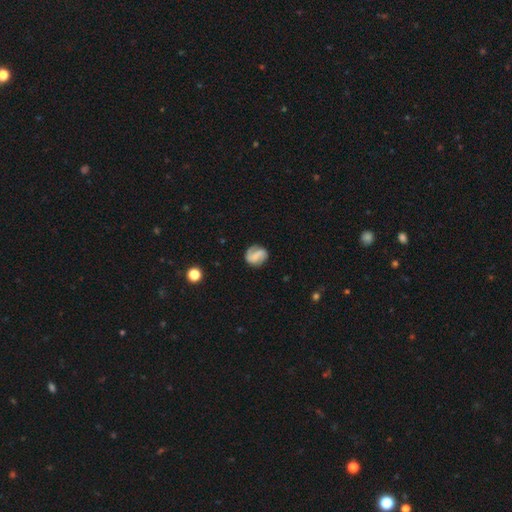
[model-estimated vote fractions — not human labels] The model was most divided on "spiral winding": medium: 38%, loose: 36%, tight: 25%. Remaining: edge-on disk — no (97%); spiral arms — yes (89%); spiral arm count — 2 (80%); merging — none (75%); smooth or featured — featured or disk (62%); bulge size — none (49%); bar — weak (38%).